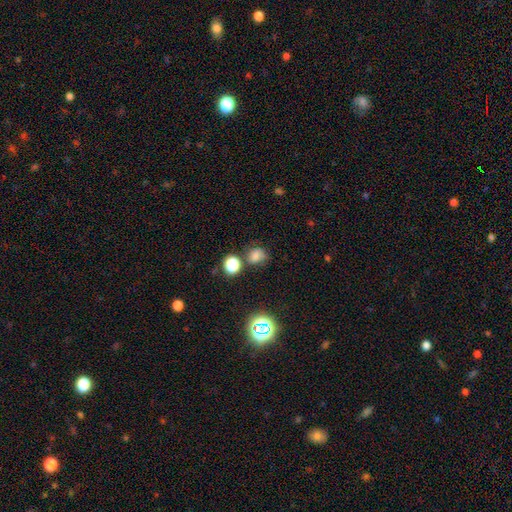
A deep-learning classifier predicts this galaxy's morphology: type=smooth (65%); roundness=round (66%); merging=none (63%).